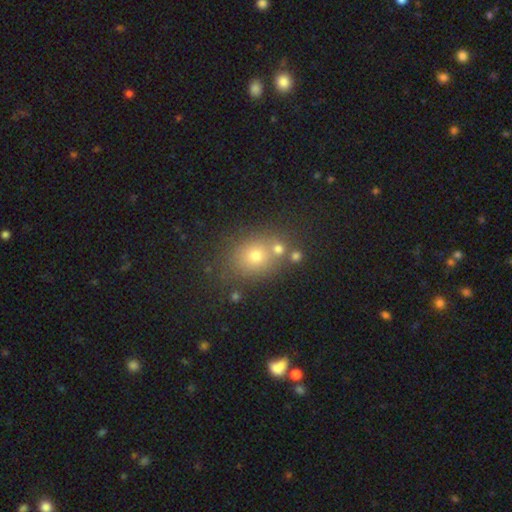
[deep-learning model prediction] Smooth or featured: smooth — 65% (star or artifact — 22%)
How rounded: round — 65% (in between — 34%)
Merging: none — 70% (merger — 16%)